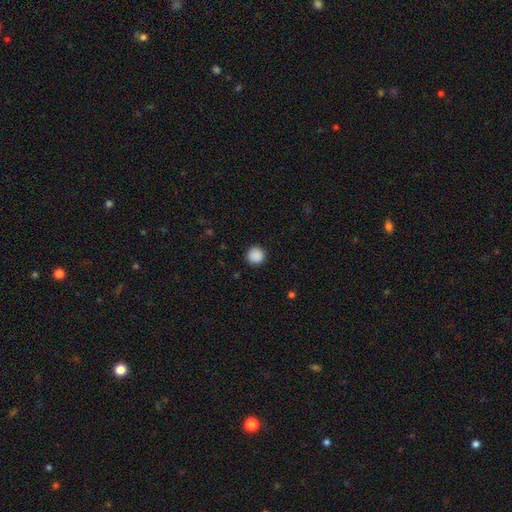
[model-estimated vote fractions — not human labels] Morphology: type=smooth (89%); roundness=round (95%); merging=none (92%).